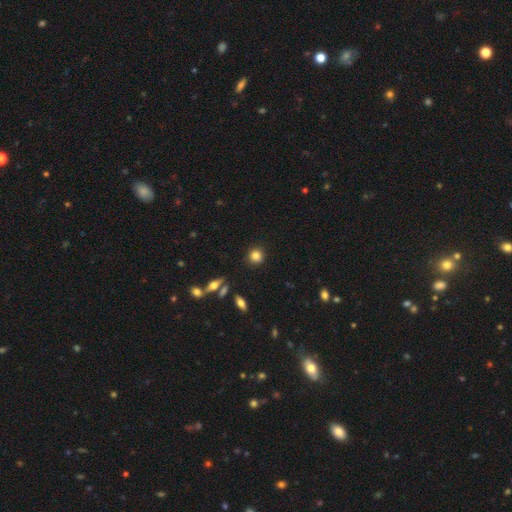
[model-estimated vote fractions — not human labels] The model was most divided on "smooth or featured": smooth: 82%, star or artifact: 11%, featured or disk: 7%. More confident: how rounded — round (89%); merging — none (88%).